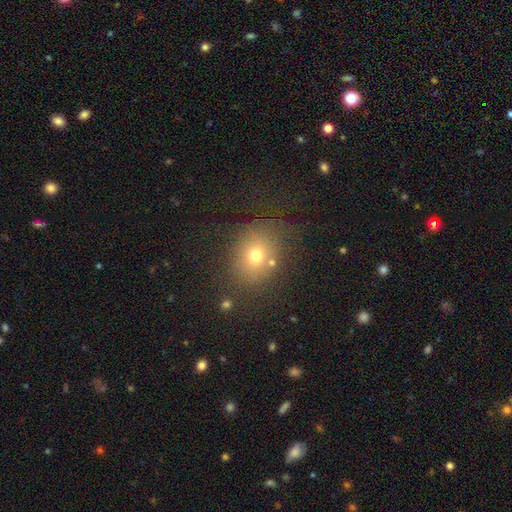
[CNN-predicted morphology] A smooth galaxy with no disk features (69%) that is round (61%). Merging: none (76%).